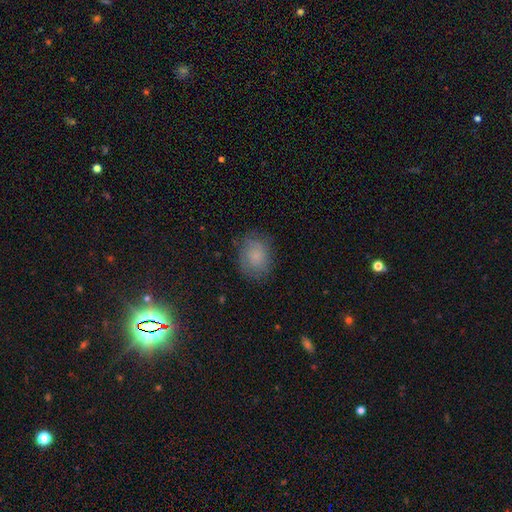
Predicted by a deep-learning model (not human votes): The model was most divided on "how rounded": round: 53%, in between: 46%, cigar-shaped: 1%. More confident: smooth or featured — smooth (78%); merging — none (74%).